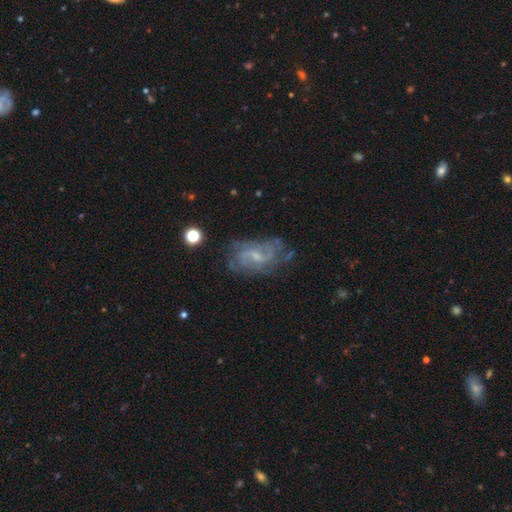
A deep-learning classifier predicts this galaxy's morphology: Smooth or featured?
  - featured or disk: 77% *
  - smooth: 14%
  - star or artifact: 9%
Edge-on disk?
  - no: 96% *
  - yes: 4%
Bar?
  - weak: 54% *
  - no: 34%
  - strong: 12%
Spiral arms?
  - yes: 89% *
  - no: 11%
Spiral winding?
  - medium: 44% *
  - tight: 34%
  - loose: 22%
Spiral arm count?
  - 2: 40% *
  - can't tell: 33%
  - 3: 13%
  - 4: 6%
  - 1: 4%
  - more than 4: 4%
Bulge size?
  - small: 56% *
  - moderate: 30%
  - none: 12%
  - large: 2%
  - dominant: 1%
Merging?
  - none: 64% *
  - minor disturbance: 22%
  - major disturbance: 12%
  - merger: 3%